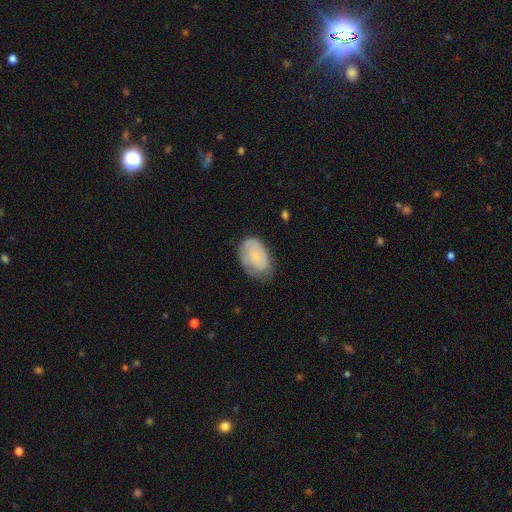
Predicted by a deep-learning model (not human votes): Smooth or featured? Predicted: smooth (p=0.61). How rounded? Predicted: in between (p=0.84). Merging? Predicted: none (p=0.60).